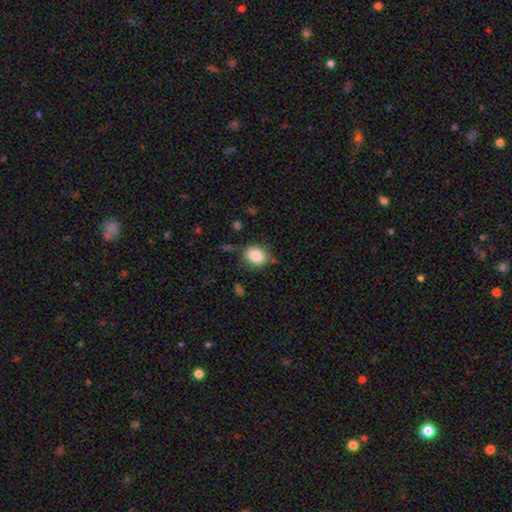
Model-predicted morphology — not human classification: The model was most divided on "how rounded": round: 55%, in between: 44%, cigar-shaped: 1%. More confident: smooth or featured — smooth (82%); merging — none (76%).